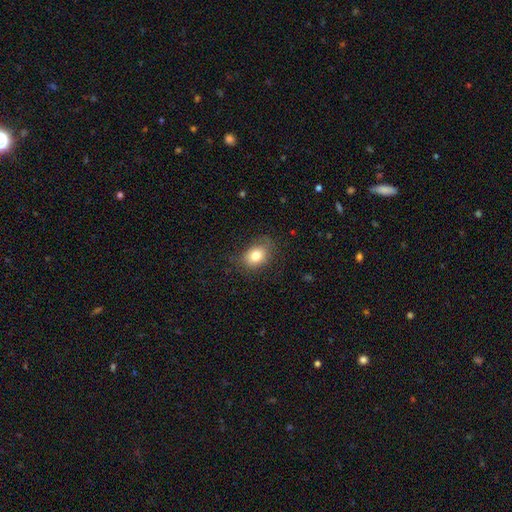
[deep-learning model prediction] This appears to be a smooth galaxy with no disk features (79%) that is in between round and cigar-shaped (65%). Merging: none (70%).